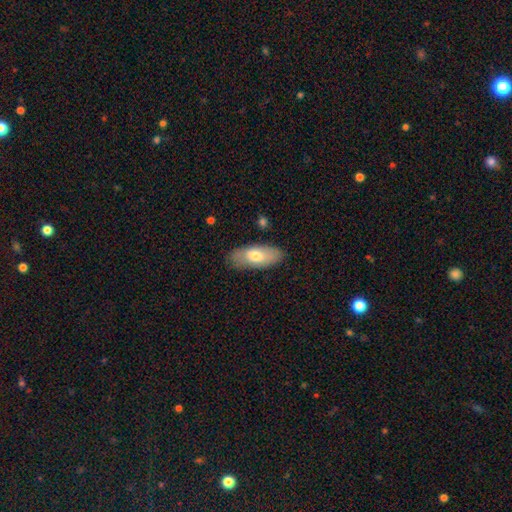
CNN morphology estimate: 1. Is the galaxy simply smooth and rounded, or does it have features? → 71% smooth, 23% featured or disk, 6% star or artifact.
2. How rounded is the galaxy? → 84% in between, 14% cigar-shaped, 3% round.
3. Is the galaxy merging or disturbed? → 81% none, 14% minor disturbance, 3% major disturbance, 2% merger.